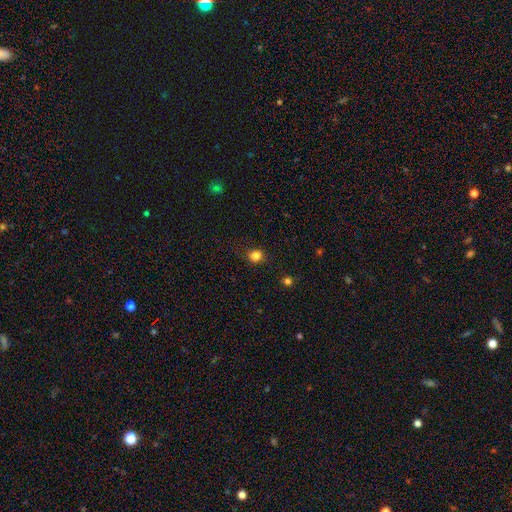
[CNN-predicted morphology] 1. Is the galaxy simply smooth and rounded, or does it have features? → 83% smooth, 13% star or artifact, 4% featured or disk.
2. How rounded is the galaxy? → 79% round, 20% in between, 1% cigar-shaped.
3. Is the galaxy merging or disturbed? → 84% none, 11% minor disturbance, 3% major disturbance, 1% merger.